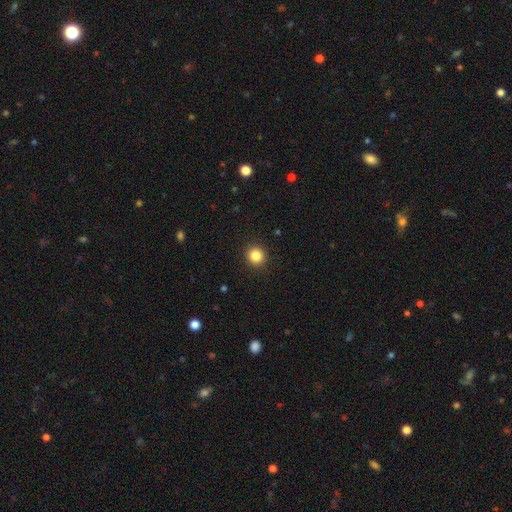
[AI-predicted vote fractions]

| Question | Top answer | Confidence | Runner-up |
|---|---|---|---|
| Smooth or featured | smooth | 85% | star or artifact (11%) |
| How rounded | round | 92% | in between (7%) |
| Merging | none | 92% | minor disturbance (5%) |